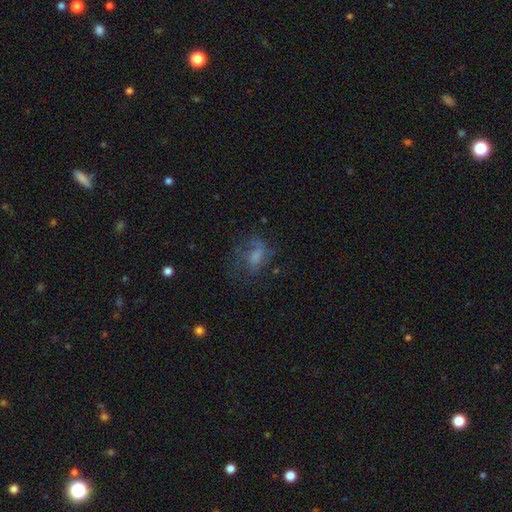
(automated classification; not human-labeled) Smooth or featured?
  - smooth: 43% *
  - featured or disk: 40%
  - star or artifact: 17%
Merging?
  - none: 43% *
  - major disturbance: 33%
  - minor disturbance: 21%
  - merger: 3%